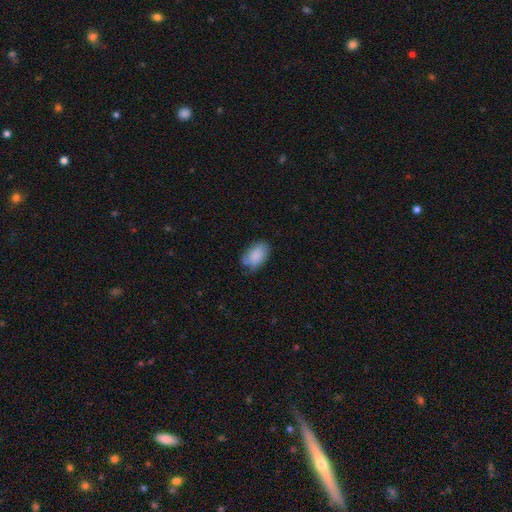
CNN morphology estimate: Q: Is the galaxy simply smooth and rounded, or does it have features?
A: smooth — 84%.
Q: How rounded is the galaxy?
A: in between — 92%.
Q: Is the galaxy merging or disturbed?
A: none — 61%.